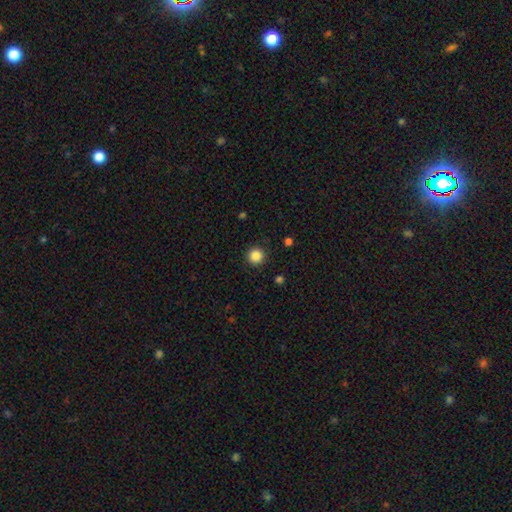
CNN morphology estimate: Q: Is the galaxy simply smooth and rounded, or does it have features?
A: smooth — 86%.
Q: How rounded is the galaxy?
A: round — 96%.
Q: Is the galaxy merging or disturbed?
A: none — 92%.